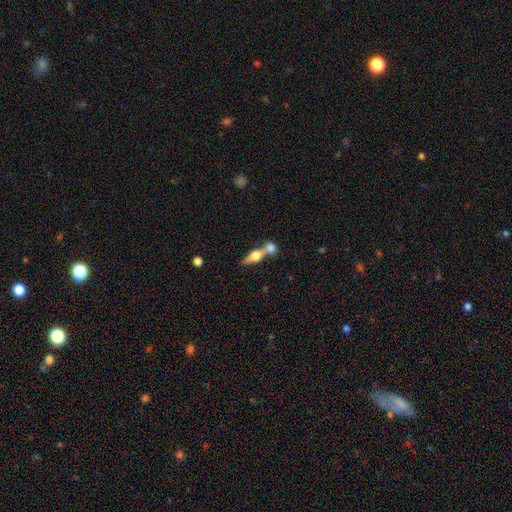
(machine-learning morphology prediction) Smooth or featured?
  - smooth: 51% *
  - featured or disk: 42%
  - star or artifact: 8%
How rounded?
  - in between: 54% *
  - cigar-shaped: 33%
  - round: 13%
Merging?
  - merger: 57% *
  - none: 32%
  - minor disturbance: 7%
  - major disturbance: 4%